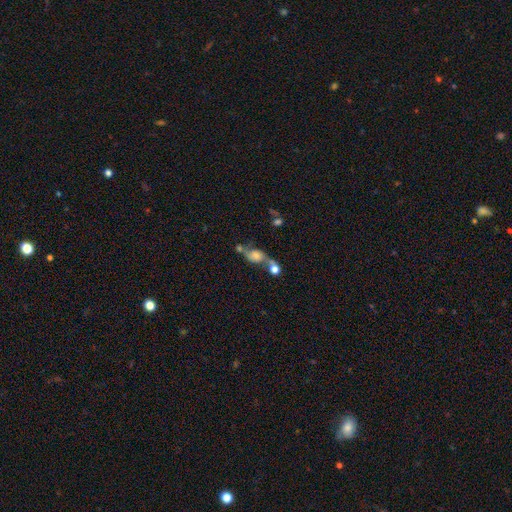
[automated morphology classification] Smooth or featured?
  - featured or disk: 57% *
  - smooth: 30%
  - star or artifact: 13%
Edge-on disk?
  - no: 90% *
  - yes: 10%
Bar?
  - no: 70% *
  - weak: 24%
  - strong: 6%
Spiral arms?
  - yes: 82% *
  - no: 18%
Bulge size?
  - moderate: 29% *
  - small: 25%
  - none: 21%
  - large: 19%
  - dominant: 6%
Merging?
  - merger: 44% *
  - none: 31%
  - minor disturbance: 13%
  - major disturbance: 12%